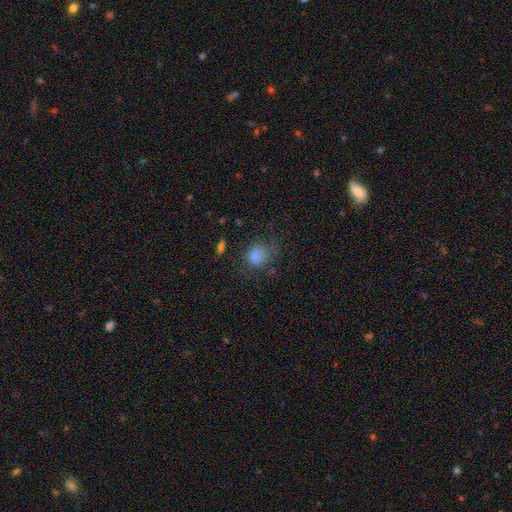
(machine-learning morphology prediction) smooth-or-featured: smooth: 76% | star or artifact: 15% | featured or disk: 9%
  how-rounded: round: 66% | in between: 33% | cigar-shaped: 1%
  merging: none: 58% | minor disturbance: 25% | major disturbance: 15% | merger: 3%